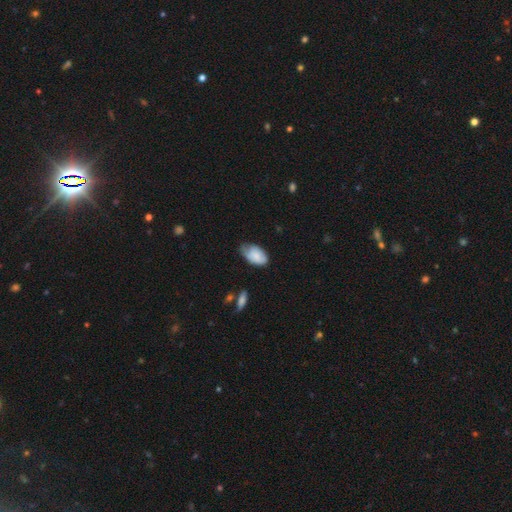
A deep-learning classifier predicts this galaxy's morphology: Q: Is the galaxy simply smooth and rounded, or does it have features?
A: smooth — 74%.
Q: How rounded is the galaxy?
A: in between — 93%.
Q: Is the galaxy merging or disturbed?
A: minor disturbance — 43%.